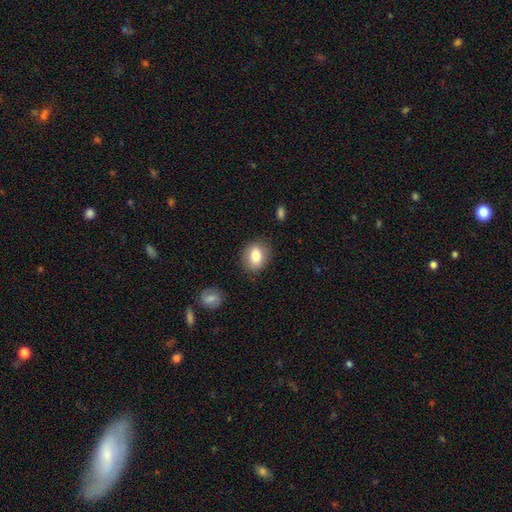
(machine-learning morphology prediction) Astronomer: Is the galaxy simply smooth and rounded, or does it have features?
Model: smooth — 81%.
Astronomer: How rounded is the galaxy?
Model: in between — 50% (runner-up: round, 49%).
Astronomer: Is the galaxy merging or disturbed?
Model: none — 83%.